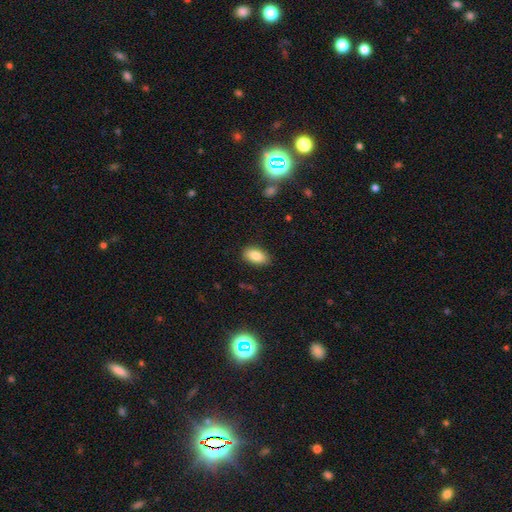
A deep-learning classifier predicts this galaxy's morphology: This appears to be a smooth galaxy with no disk features (85%) that is in between round and cigar-shaped (93%). Merging: none (86%).